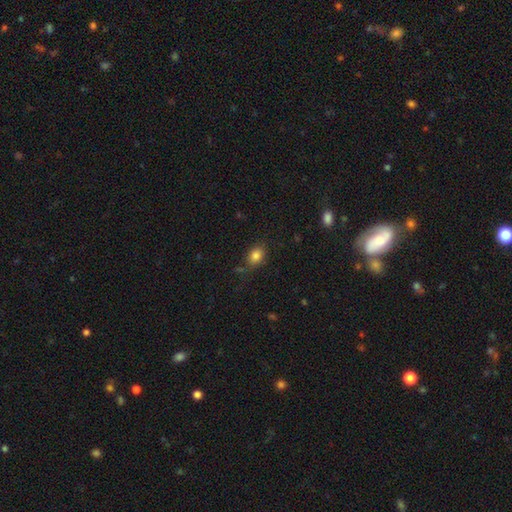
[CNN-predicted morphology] Smooth or featured?
  - smooth: 83% *
  - star or artifact: 10%
  - featured or disk: 7%
How rounded?
  - in between: 69% *
  - round: 29%
  - cigar-shaped: 2%
Merging?
  - none: 74% *
  - minor disturbance: 17%
  - major disturbance: 5%
  - merger: 4%